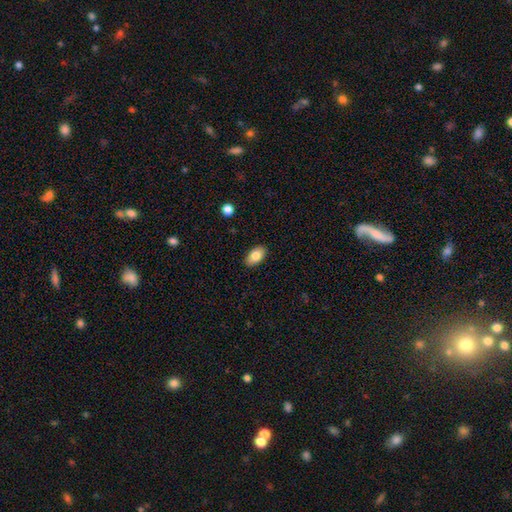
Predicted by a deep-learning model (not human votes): Morphology: type=smooth (83%); roundness=in between (92%); merging=none (88%).